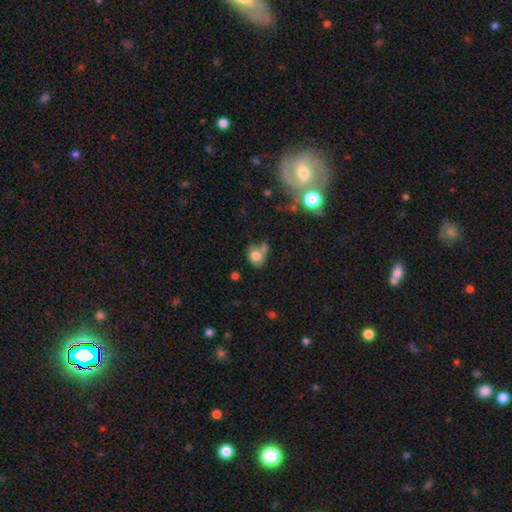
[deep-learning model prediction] smooth-or-featured: smooth: 76% | featured or disk: 13% | star or artifact: 11%
  how-rounded: round: 50% | in between: 49% | cigar-shaped: 1%
  merging: none: 41% | merger: 33% | minor disturbance: 18% | major disturbance: 8%